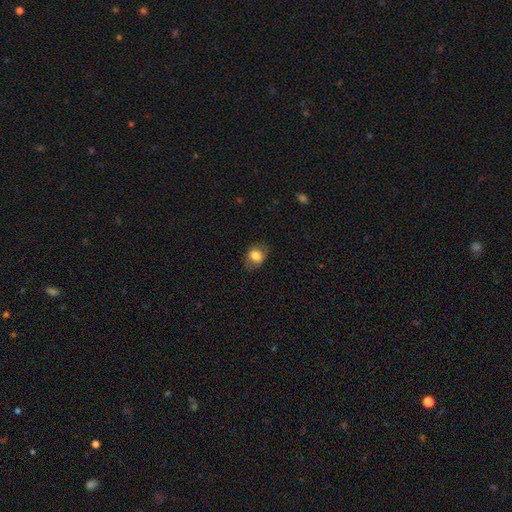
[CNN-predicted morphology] This is likely a smooth galaxy (78%). How rounded: possibly in between (54%). Merging: likely none (76%).